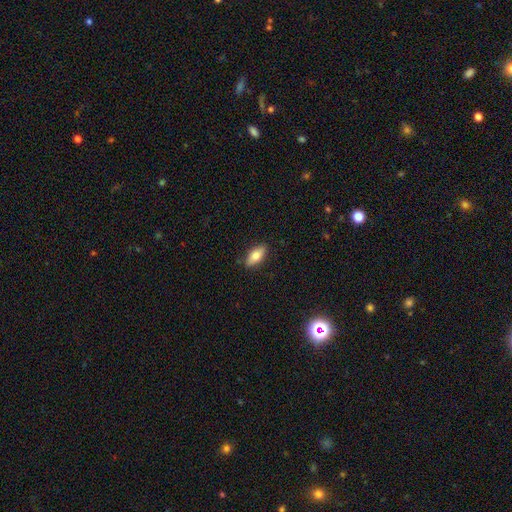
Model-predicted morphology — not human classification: Smooth or featured?
  - smooth: 77% *
  - featured or disk: 17%
  - star or artifact: 7%
How rounded?
  - in between: 82% *
  - cigar-shaped: 15%
  - round: 3%
Merging?
  - none: 86% *
  - minor disturbance: 11%
  - major disturbance: 2%
  - merger: 1%